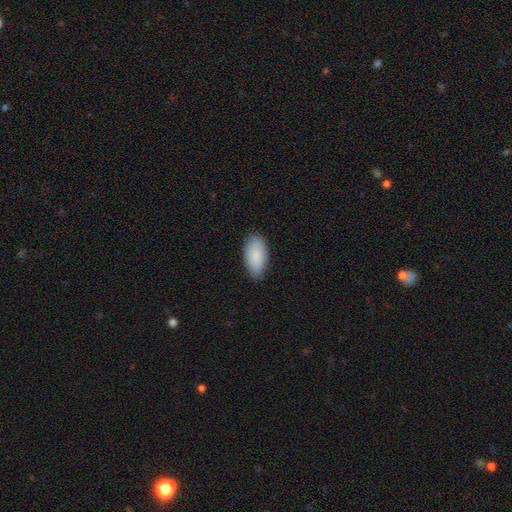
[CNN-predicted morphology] smooth_or_featured: smooth (p=0.88) [alt: featured or disk p=0.06]
how_rounded: in between (p=0.95) [alt: cigar-shaped p=0.03]
merging: none (p=0.85) [alt: minor disturbance p=0.12]